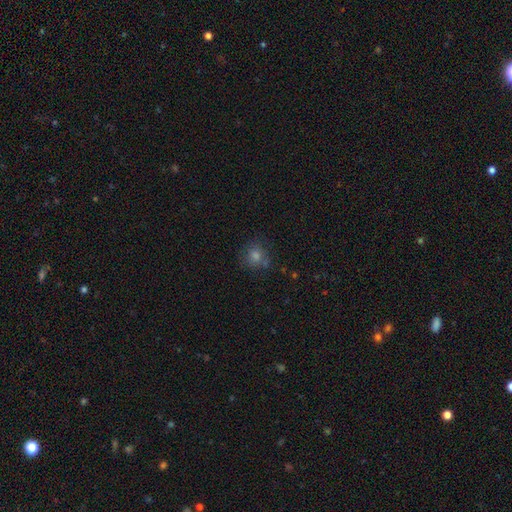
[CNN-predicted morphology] This appears to be a smooth galaxy with no disk features (68%) that is round (88%). Merging: none (78%).